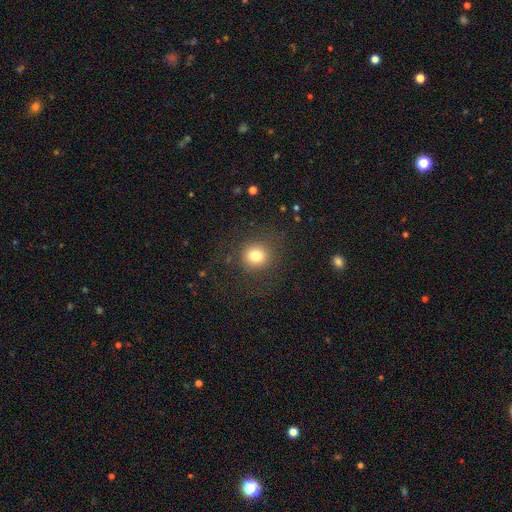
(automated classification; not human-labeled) This appears to be a smooth galaxy with no disk features (78%) that is round (91%). Merging: none (84%).